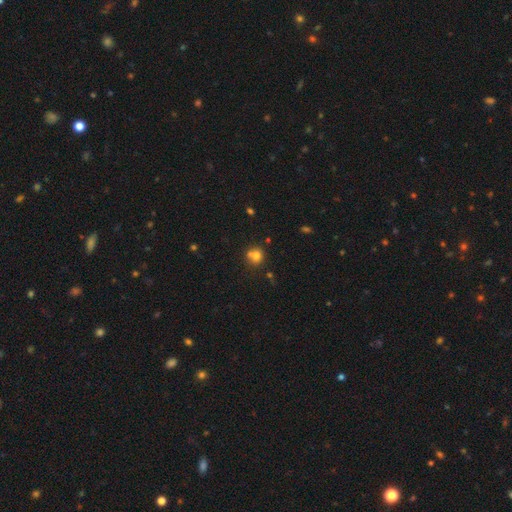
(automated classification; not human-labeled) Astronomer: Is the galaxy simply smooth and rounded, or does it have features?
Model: smooth — 75%.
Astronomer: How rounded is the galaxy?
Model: round — 83%.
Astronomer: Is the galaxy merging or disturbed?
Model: none — 52% (runner-up: merger, 33%).